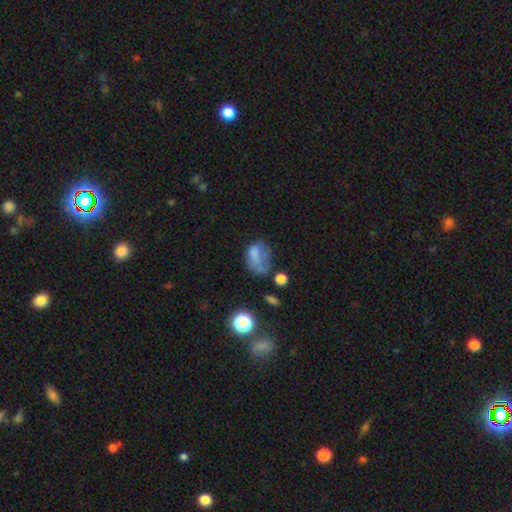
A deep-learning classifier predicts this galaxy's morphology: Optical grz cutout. It shows a smooth galaxy with no disk features (59%) that is in between round and cigar-shaped (77%). Merging: major disturbance (37%).